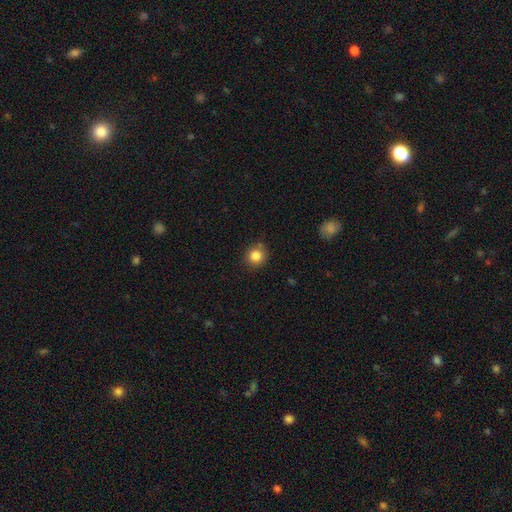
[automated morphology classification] type=smooth (84%); roundness=round (89%); merging=none (84%).